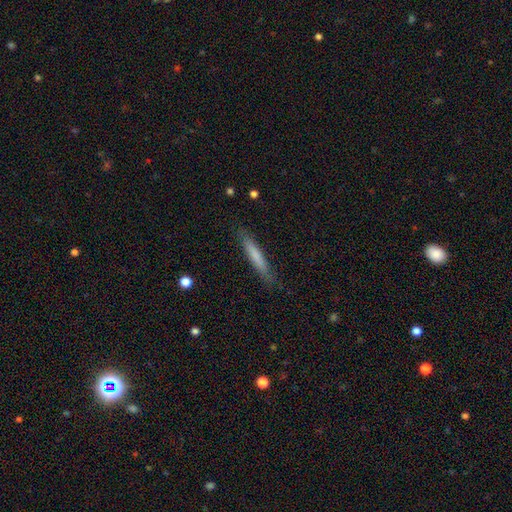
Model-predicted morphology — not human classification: Overall: smooth (73%). How rounded: cigar-shaped (94%). Merging: none (86%).